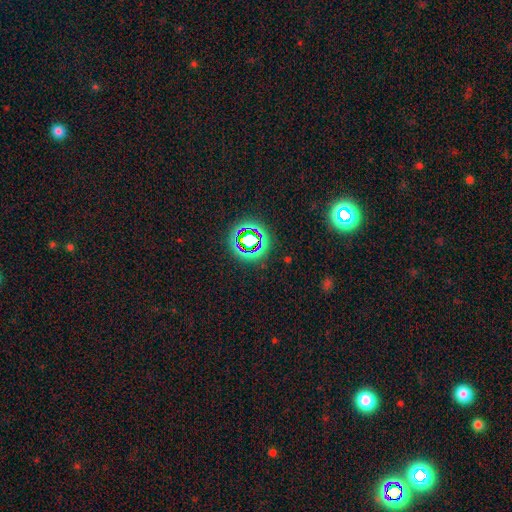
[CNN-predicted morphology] A star or artifact, not a galaxy (74%).

Vote fractions:
- Smooth or featured? star or artifact: 74% / smooth: 16% / featured or disk: 10%